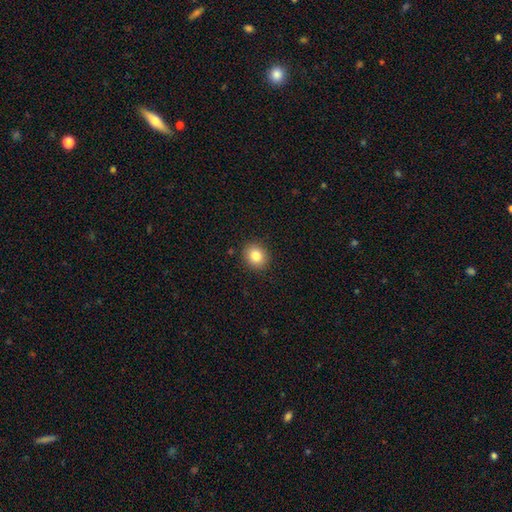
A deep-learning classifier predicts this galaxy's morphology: type=smooth (83%); roundness=round (70%); merging=none (90%).